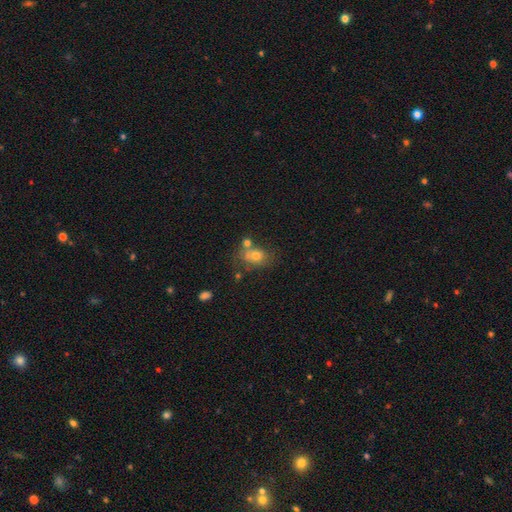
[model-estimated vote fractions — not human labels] Smooth or featured?
  - smooth: 69% *
  - featured or disk: 19%
  - star or artifact: 12%
How rounded?
  - in between: 53% *
  - round: 46%
  - cigar-shaped: 1%
Merging?
  - none: 46% *
  - merger: 29%
  - minor disturbance: 17%
  - major disturbance: 8%